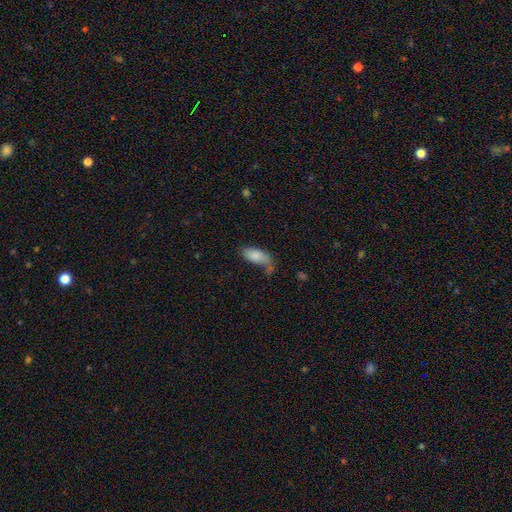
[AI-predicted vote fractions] A smooth galaxy with no disk features (81%) that is in between round and cigar-shaped (88%).

Vote fractions:
- Smooth or featured? smooth: 81% / featured or disk: 11% / star or artifact: 7%
- How rounded? in between: 88% / cigar-shaped: 9% / round: 3%
- Merging? none: 40% / minor disturbance: 27% / major disturbance: 21% / merger: 12%